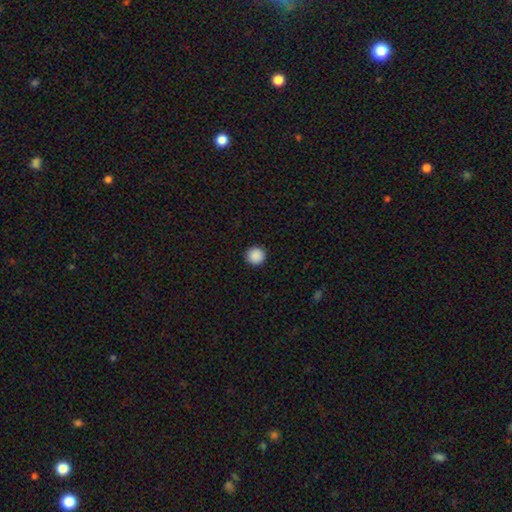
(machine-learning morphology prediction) Overall: smooth (89%). How rounded: round (95%). Merging: none (93%).